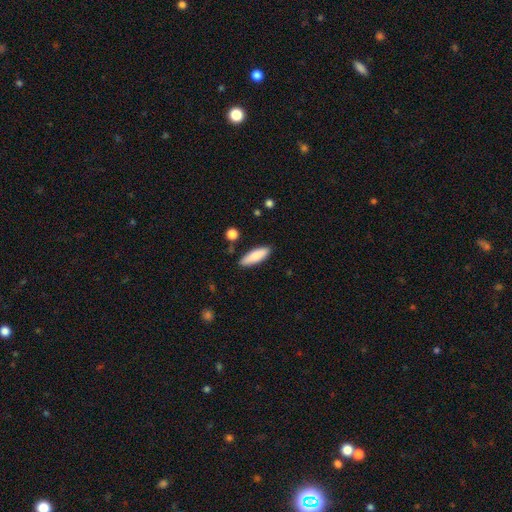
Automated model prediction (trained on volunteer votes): Q: Smooth or featured?
A: smooth (84%); runner-up: featured or disk (11%)
Q: How rounded?
A: in between (53%); runner-up: cigar-shaped (45%)
Q: Merging?
A: none (85%); runner-up: minor disturbance (10%)